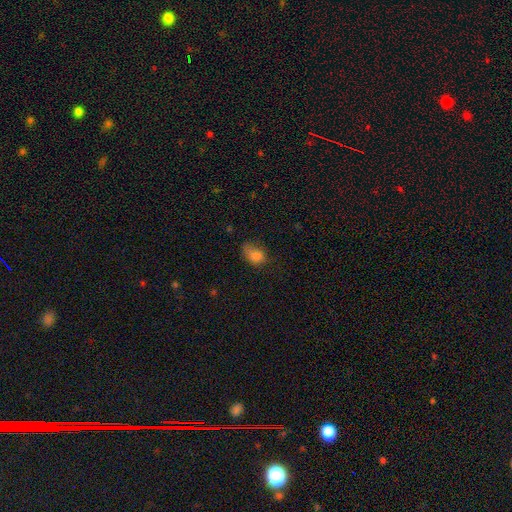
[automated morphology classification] Smooth or featured? Predicted: smooth (p=0.80). How rounded? Predicted: in between (p=0.69). Merging? Predicted: none (p=0.38).